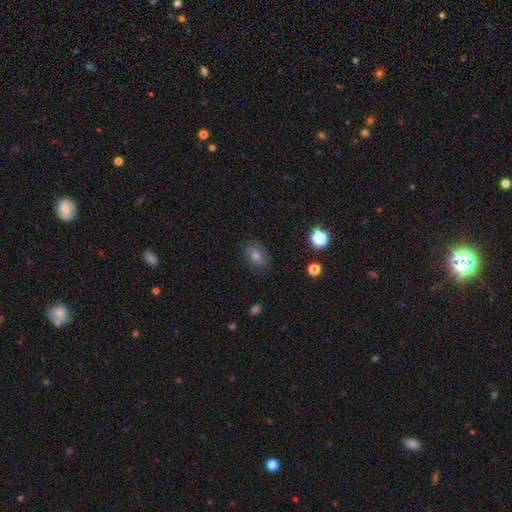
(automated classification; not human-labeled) smooth-or-featured: smooth: 43% | featured or disk: 33% | star or artifact: 23%
  merging: none: 81% | minor disturbance: 13% | major disturbance: 4% | merger: 1%